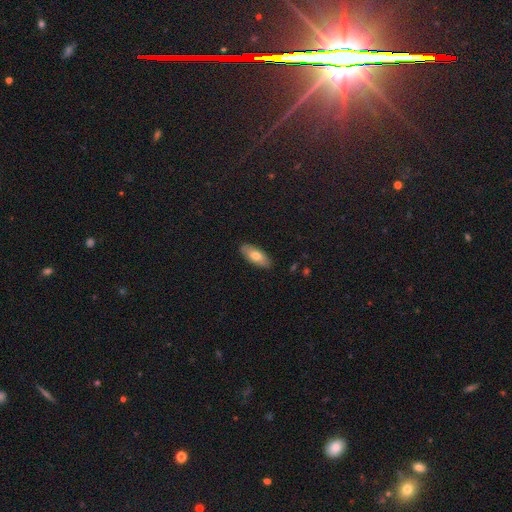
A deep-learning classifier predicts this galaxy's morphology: smooth 73%, featured or disk 21%, star or artifact 6%. Down the decision tree: how rounded — in between (84%); merging — none (88%).